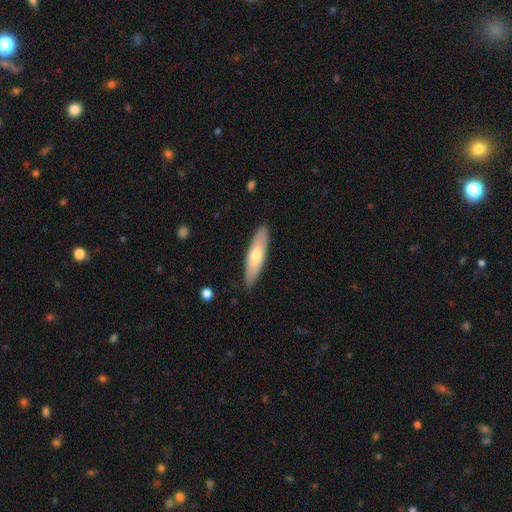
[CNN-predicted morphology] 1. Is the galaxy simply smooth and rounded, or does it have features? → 62% smooth, 33% featured or disk, 5% star or artifact.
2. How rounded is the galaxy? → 69% cigar-shaped, 29% in between, 2% round.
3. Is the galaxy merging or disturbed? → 88% none, 9% minor disturbance, 2% major disturbance, 1% merger.